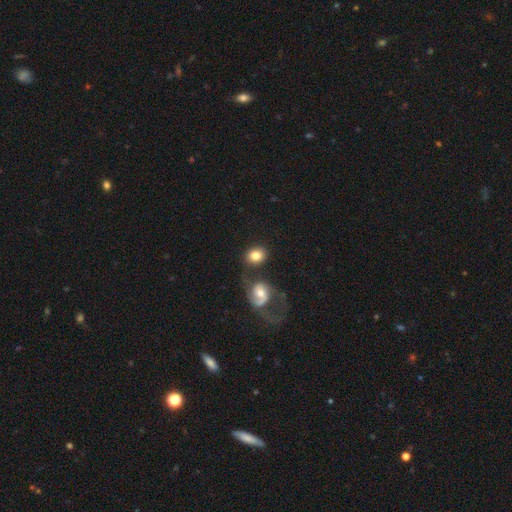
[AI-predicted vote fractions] Overall: smooth (75%). How rounded: round (52%; in between 47%). Merging: none (65%).